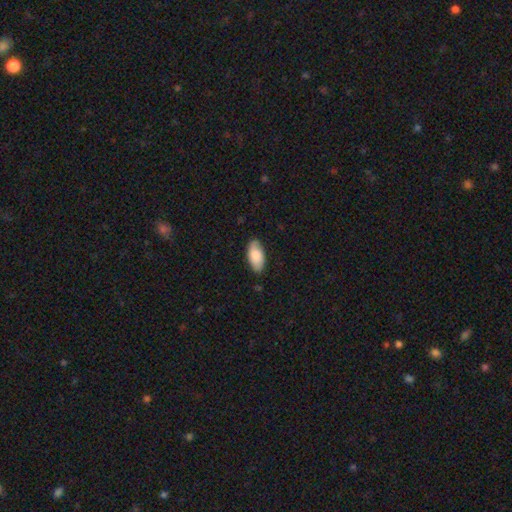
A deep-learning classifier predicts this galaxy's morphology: smooth-or-featured: smooth: 81% | featured or disk: 13% | star or artifact: 6%
  how-rounded: in between: 93% | cigar-shaped: 5% | round: 2%
  merging: none: 81% | minor disturbance: 15% | major disturbance: 2% | merger: 1%